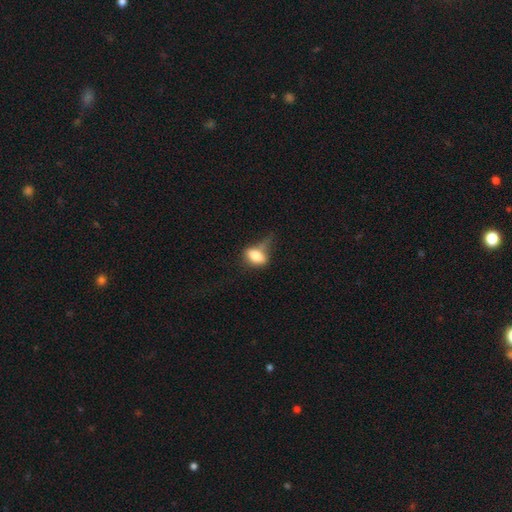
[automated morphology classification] smooth-or-featured: smooth: 72% | featured or disk: 19% | star or artifact: 9%
  how-rounded: in between: 81% | round: 13% | cigar-shaped: 6%
  merging: minor disturbance: 32% | major disturbance: 31% | none: 29% | merger: 8%